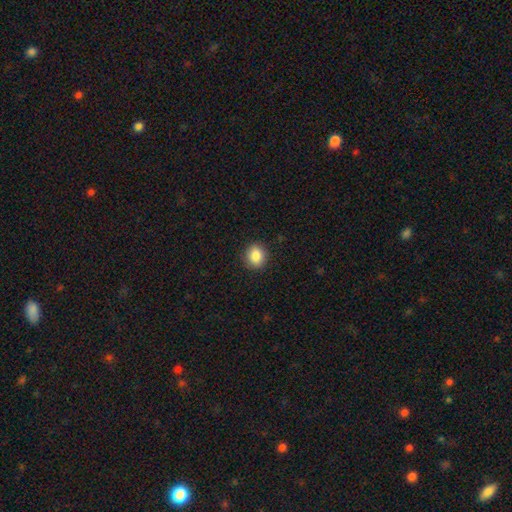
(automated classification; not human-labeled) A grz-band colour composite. It shows a smooth galaxy with no disk features (86%) that is round (67%). Merging: none (89%).